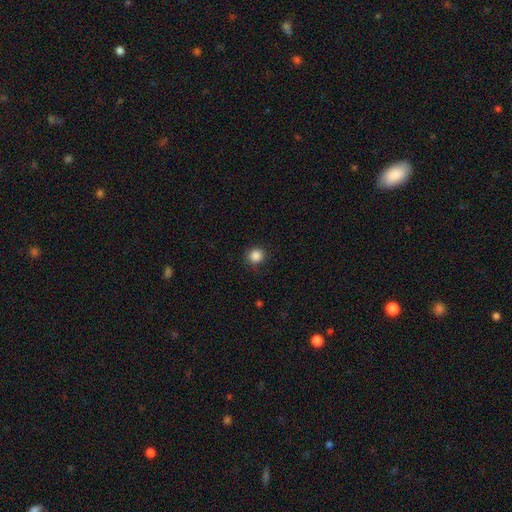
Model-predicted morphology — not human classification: This is clearly a smooth galaxy (87%). How rounded: clearly round (91%). Merging: clearly none (88%).